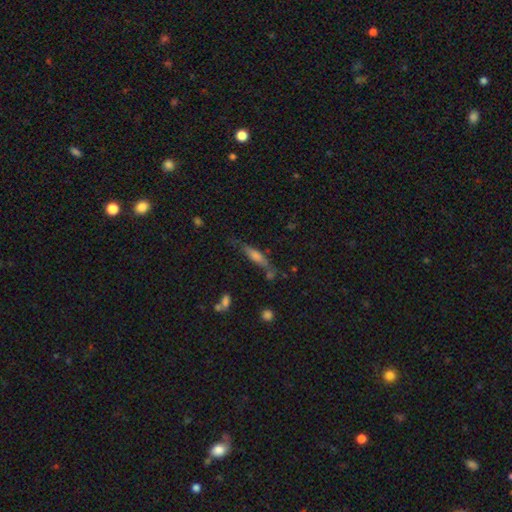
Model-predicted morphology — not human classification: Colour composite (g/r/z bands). It shows a smooth galaxy with no disk features (49%). Merging: none (65%).